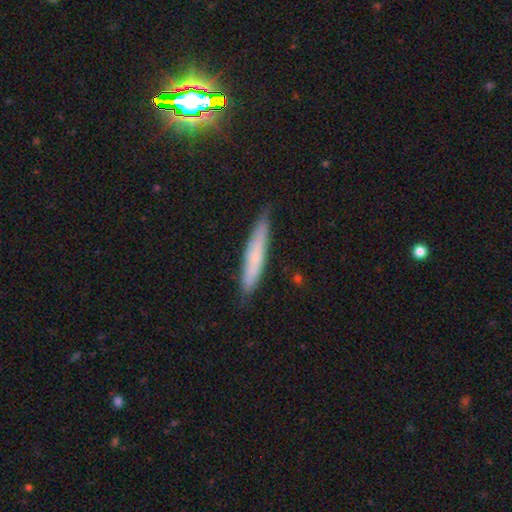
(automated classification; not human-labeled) smooth-or-featured: smooth: 59% | featured or disk: 33% | star or artifact: 7%
  how-rounded: cigar-shaped: 92% | in between: 6% | round: 1%
  merging: none: 85% | minor disturbance: 12% | major disturbance: 2% | merger: 1%